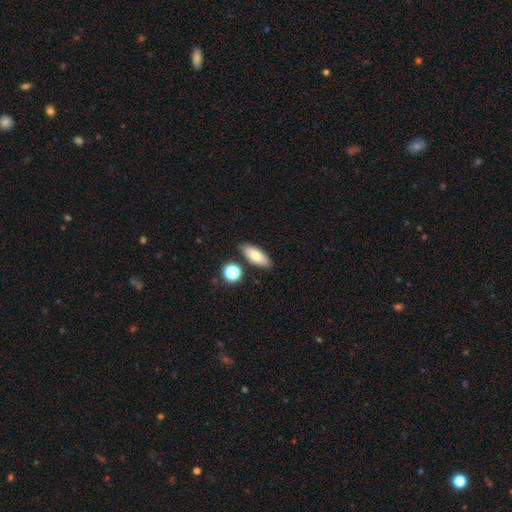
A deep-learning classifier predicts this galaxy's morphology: Smooth or featured?
  - smooth: 74% *
  - featured or disk: 18%
  - star or artifact: 8%
How rounded?
  - in between: 80% *
  - cigar-shaped: 16%
  - round: 4%
Merging?
  - none: 81% *
  - minor disturbance: 11%
  - merger: 5%
  - major disturbance: 2%